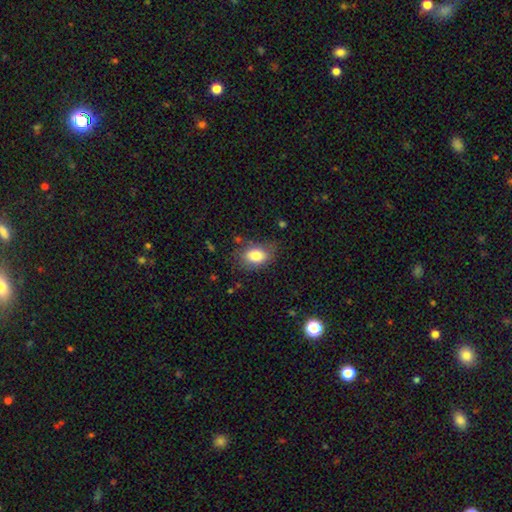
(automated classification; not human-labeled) Smooth or featured: smooth — 81% (featured or disk — 11%)
How rounded: in between — 81% (round — 17%)
Merging: none — 70% (minor disturbance — 21%)